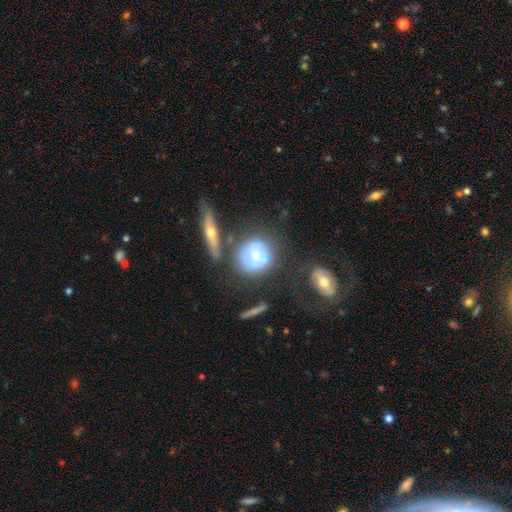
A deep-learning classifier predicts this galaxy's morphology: A smooth galaxy with no disk features (47%). Merging: none (53%).